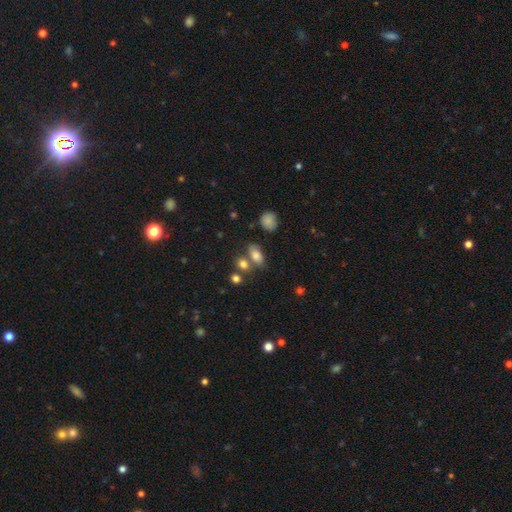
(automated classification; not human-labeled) Overall: smooth (79%). How rounded: in between (85%). Merging: none (54%; merger 26%).